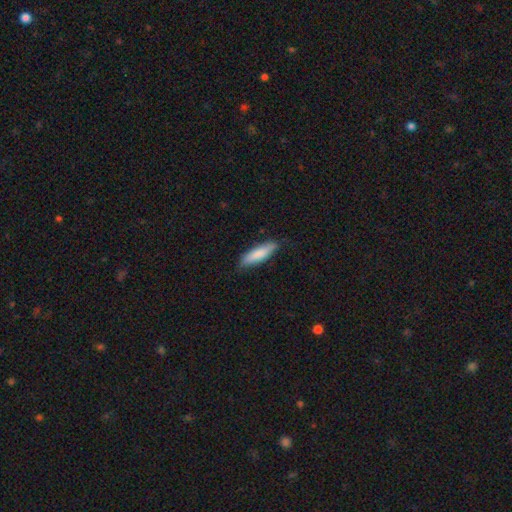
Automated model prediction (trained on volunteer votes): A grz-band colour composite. It shows a smooth galaxy with no disk features (80%) that is cigar-shaped (70%). Merging: none (83%).